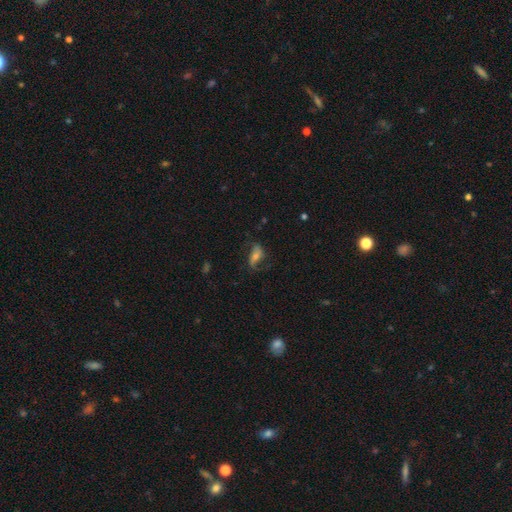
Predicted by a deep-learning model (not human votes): Morphology: type=featured or disk (64%); edge-on=no (93%); bar=no (37%); spiral arms=yes (90%); winding=loose (62%); arm count=2 (84%); bulge=small (43%, tied with moderate); merging=none (63%).